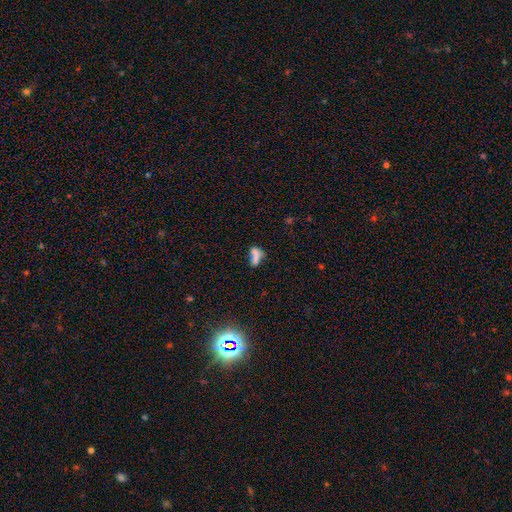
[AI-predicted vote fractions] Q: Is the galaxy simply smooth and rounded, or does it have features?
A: smooth — 68%.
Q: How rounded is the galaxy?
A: in between — 69%.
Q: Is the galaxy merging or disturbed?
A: merger — 40%.